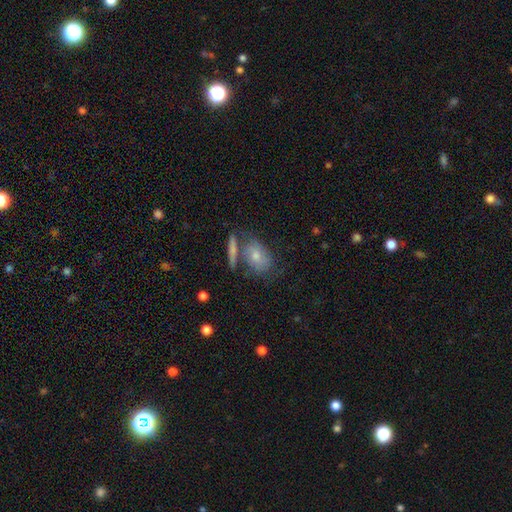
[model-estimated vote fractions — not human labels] Smooth or featured?
  - smooth: 52% *
  - featured or disk: 35%
  - star or artifact: 13%
How rounded?
  - in between: 73% *
  - round: 21%
  - cigar-shaped: 6%
Merging?
  - none: 58% *
  - merger: 21%
  - minor disturbance: 15%
  - major disturbance: 7%